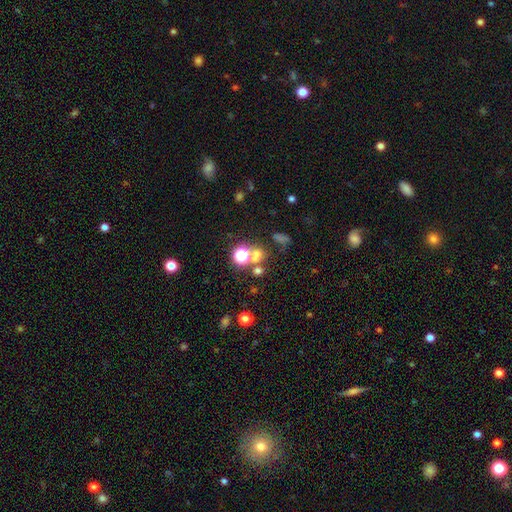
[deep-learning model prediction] smooth 50%, star or artifact 39%, featured or disk 11%. Down the decision tree: how rounded — round (80%); merging — none (58%).